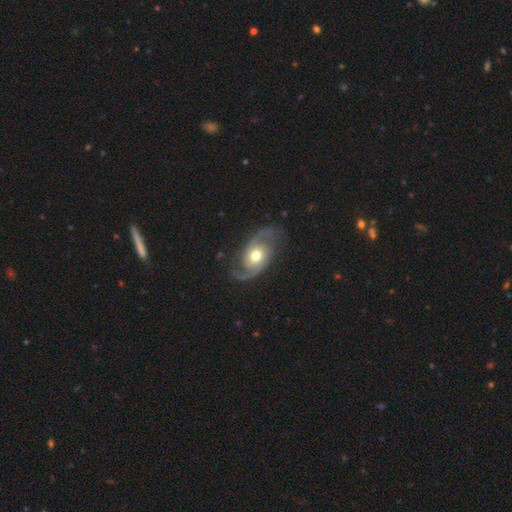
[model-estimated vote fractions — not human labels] This appears to be a featured or disk galaxy (88%) with no bar (65%), 2 (93%) medium (50%) spiral arms (96%) and a moderate central bulge (72%). Merging: none (79%).